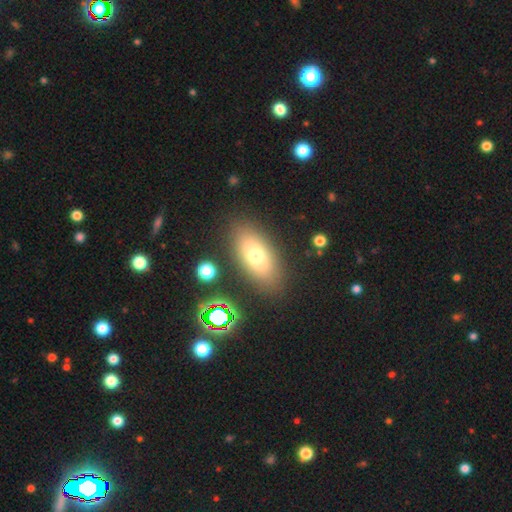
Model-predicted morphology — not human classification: Smooth or featured? smooth (70%)
How rounded? in between (86%)
Merging? none (84%)